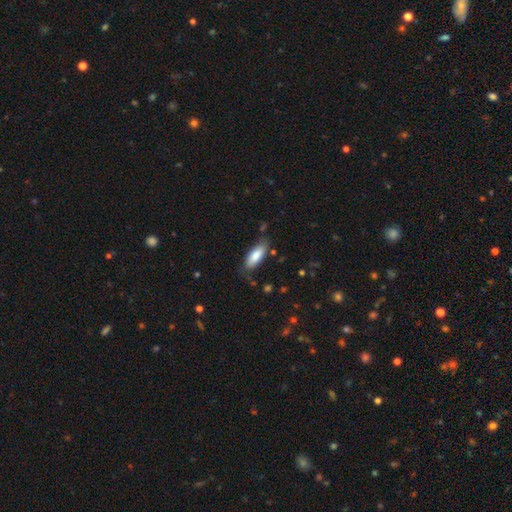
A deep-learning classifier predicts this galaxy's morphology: Smooth or featured?
  - smooth: 82% *
  - featured or disk: 12%
  - star or artifact: 6%
How rounded?
  - in between: 72% *
  - cigar-shaped: 26%
  - round: 2%
Merging?
  - none: 75% *
  - minor disturbance: 18%
  - major disturbance: 4%
  - merger: 2%